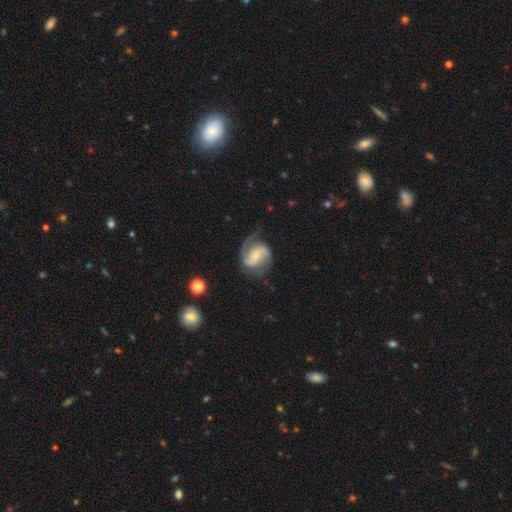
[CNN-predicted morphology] Smooth or featured? Predicted: featured or disk (p=0.84). Edge-on disk? Predicted: no (p=0.98). Bar? Predicted: no (p=0.53). Spiral arms? Predicted: yes (p=0.97). Spiral winding? Predicted: medium (p=0.51). Spiral arm count? Predicted: 2 (p=0.86). Bulge size? Predicted: small (p=0.63). Merging? Predicted: none (p=0.65).